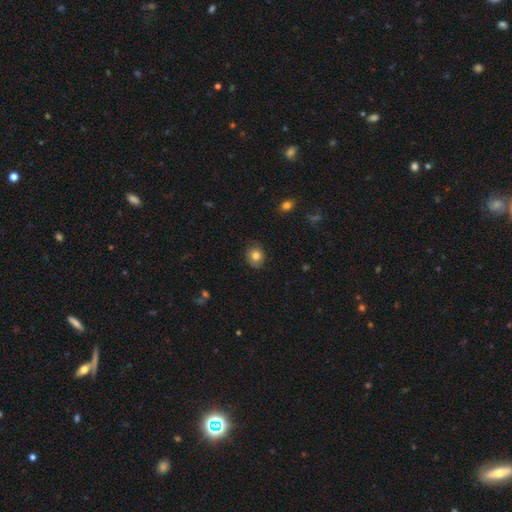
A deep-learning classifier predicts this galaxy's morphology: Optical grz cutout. It shows a smooth galaxy with no disk features (78%) that is round (68%). Merging: none (82%).